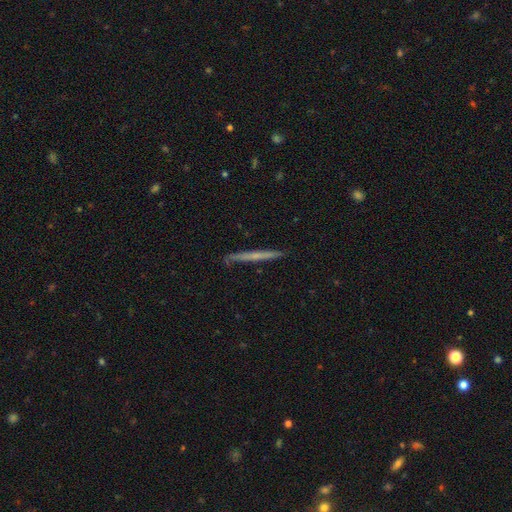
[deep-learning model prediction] The model was most divided on "smooth or featured": featured or disk: 54%, smooth: 39%, star or artifact: 6%. More confident: edge-on disk — yes (97%); merging — none (87%); edge-on bulge — none (71%).